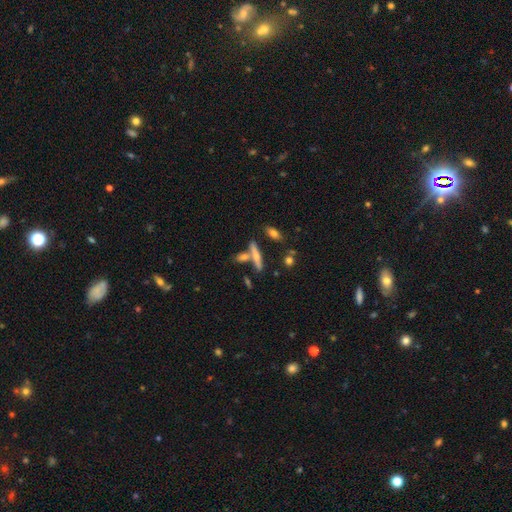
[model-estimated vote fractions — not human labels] A smooth galaxy with no disk features (47%). Merging: none (63%).